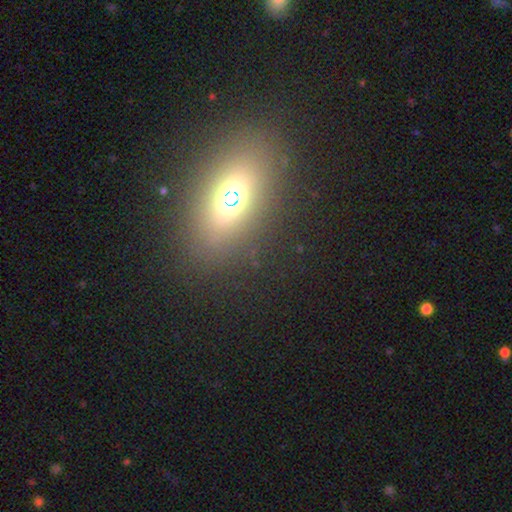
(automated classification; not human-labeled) A smooth galaxy with no disk features (67%) that is in between round and cigar-shaped (80%).

Vote fractions:
- Smooth or featured? smooth: 67% / featured or disk: 18% / star or artifact: 15%
- How rounded? in between: 80% / round: 10% / cigar-shaped: 10%
- Merging? none: 87% / minor disturbance: 8% / major disturbance: 3% / merger: 2%